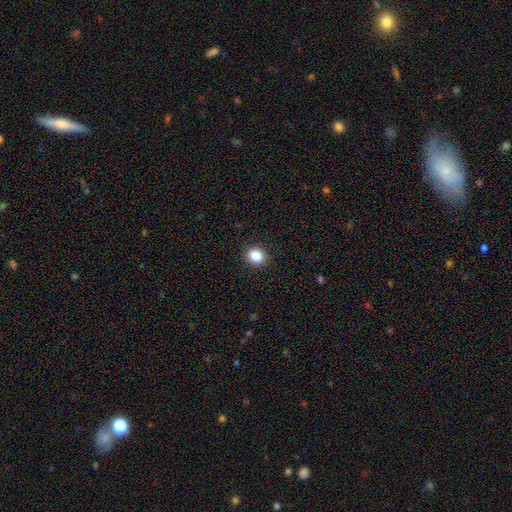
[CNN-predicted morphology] Smooth or featured?
  - smooth: 86% *
  - star or artifact: 10%
  - featured or disk: 4%
How rounded?
  - round: 71% *
  - in between: 28%
  - cigar-shaped: 1%
Merging?
  - none: 91% *
  - minor disturbance: 6%
  - major disturbance: 2%
  - merger: 1%